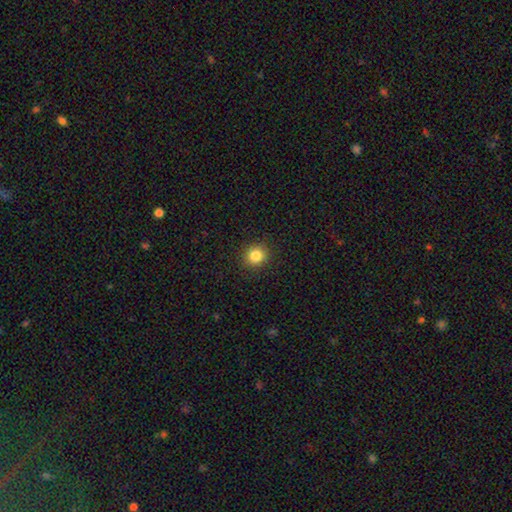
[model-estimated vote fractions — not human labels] smooth 85%, star or artifact 11%, featured or disk 5%. Down the decision tree: how rounded — round (88%); merging — none (91%).